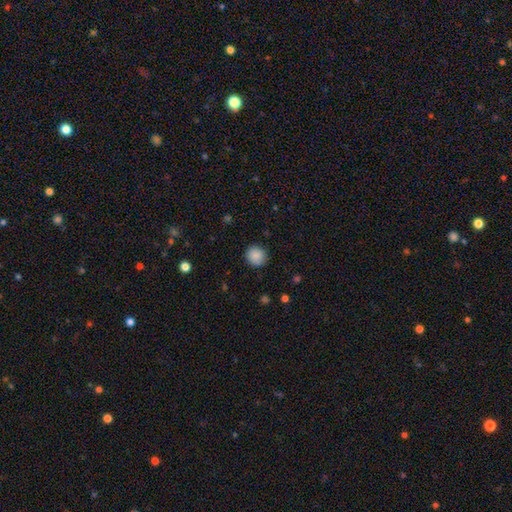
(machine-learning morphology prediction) type=smooth (88%); roundness=round (86%); merging=none (86%).